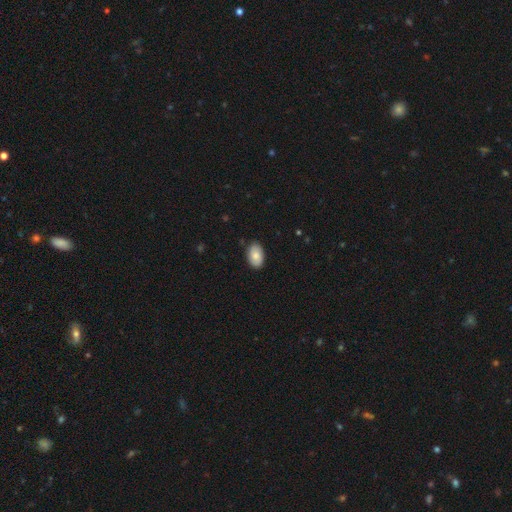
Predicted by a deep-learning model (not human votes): The model was most divided on "smooth or featured": smooth: 81%, featured or disk: 12%, star or artifact: 7%. More confident: how rounded — in between (91%); merging — none (84%).